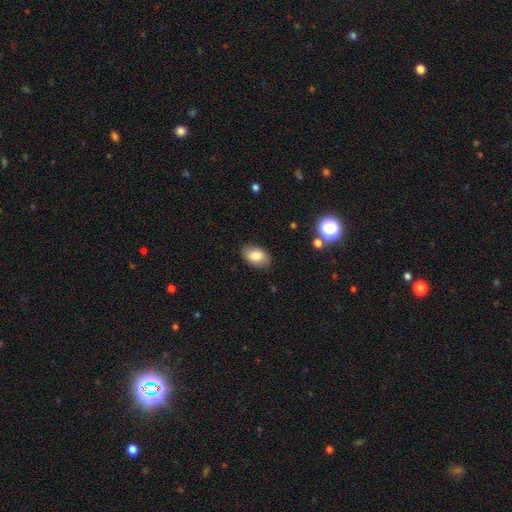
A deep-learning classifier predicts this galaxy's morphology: Smooth or featured? Predicted: smooth (p=0.83). How rounded? Predicted: in between (p=0.88). Merging? Predicted: none (p=0.85).